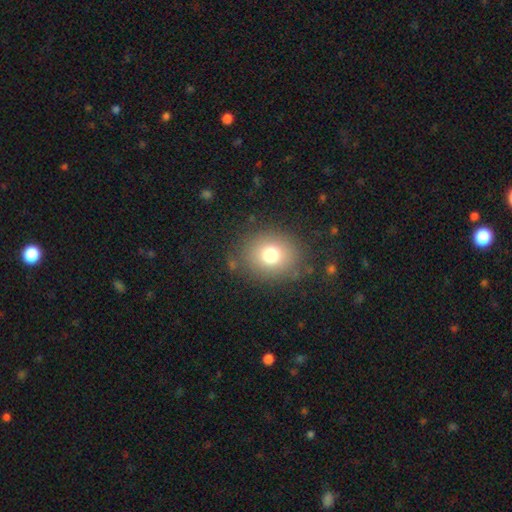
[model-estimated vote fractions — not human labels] Smooth or featured? smooth (73%)
How rounded? round (68%)
Merging? none (85%)